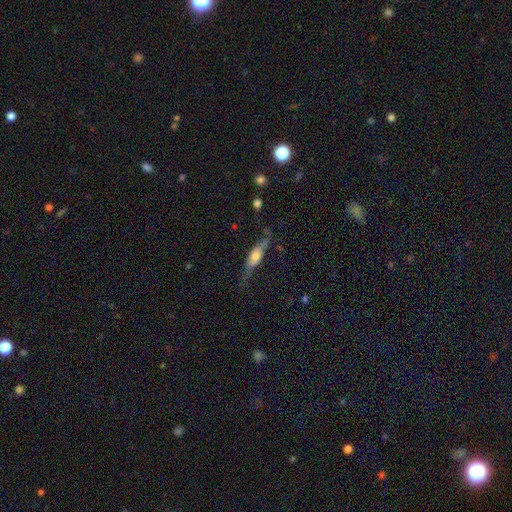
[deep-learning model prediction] This appears to be a featured or disk galaxy (54%) viewed edge-on (78%). Merging: none (60%).